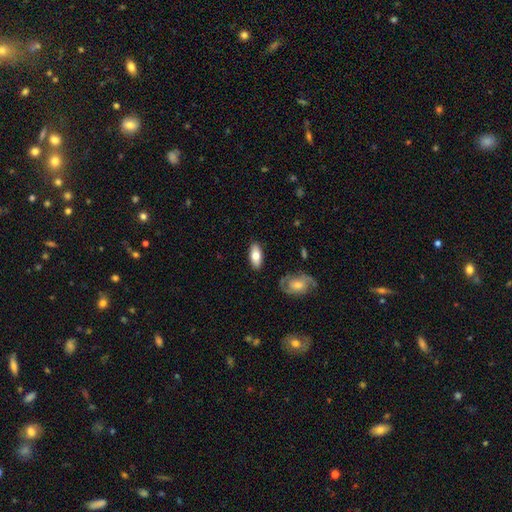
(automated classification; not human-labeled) A smooth galaxy with no disk features (73%) that is in between round and cigar-shaped (85%).

Vote fractions:
- Smooth or featured? smooth: 73% / featured or disk: 21% / star or artifact: 6%
- How rounded? in between: 85% / cigar-shaped: 13% / round: 2%
- Merging? none: 85% / minor disturbance: 10% / major disturbance: 2% / merger: 2%